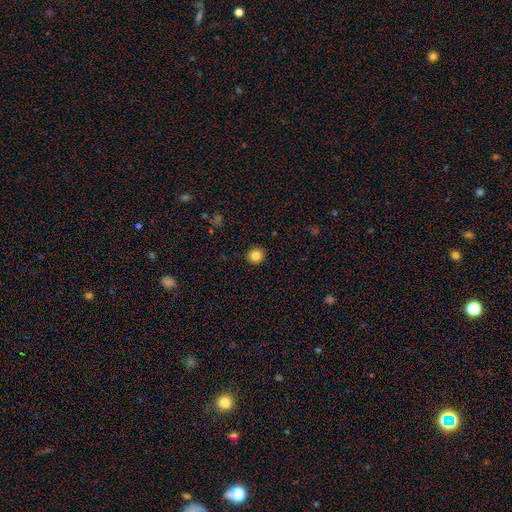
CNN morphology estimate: Smooth or featured: smooth — 84% (star or artifact — 10%)
How rounded: round — 82% (in between — 17%)
Merging: none — 92% (minor disturbance — 6%)